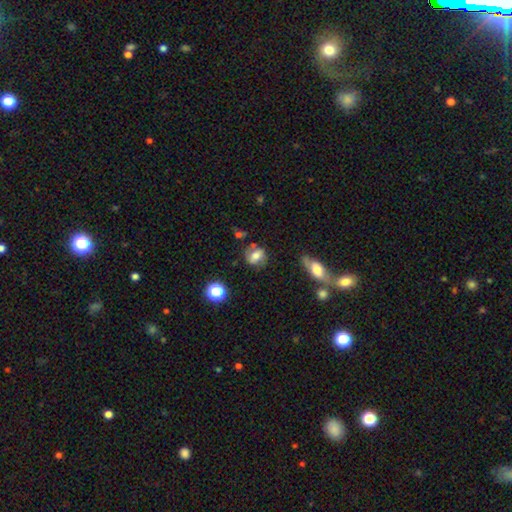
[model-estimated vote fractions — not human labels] A smooth galaxy with no disk features (57%) that is round (49%). Merging: none (68%).